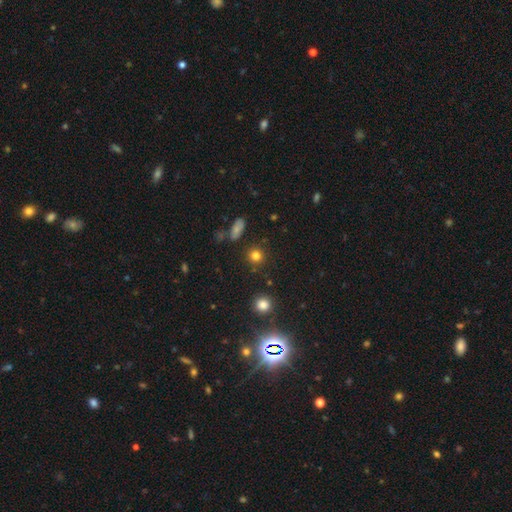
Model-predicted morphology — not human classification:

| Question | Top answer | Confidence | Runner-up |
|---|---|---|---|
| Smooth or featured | smooth | 79% | star or artifact (16%) |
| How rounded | round | 92% | in between (7%) |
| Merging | none | 87% | minor disturbance (7%) |